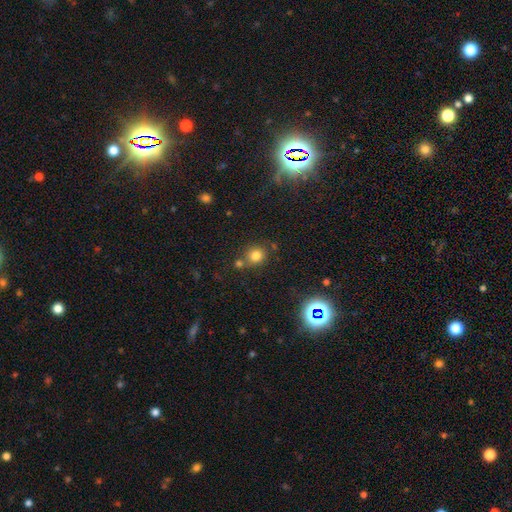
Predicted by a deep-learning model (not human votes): Smooth or featured?
  - smooth: 78% *
  - star or artifact: 15%
  - featured or disk: 8%
How rounded?
  - round: 83% *
  - in between: 16%
  - cigar-shaped: 1%
Merging?
  - none: 67% *
  - merger: 18%
  - minor disturbance: 11%
  - major disturbance: 4%